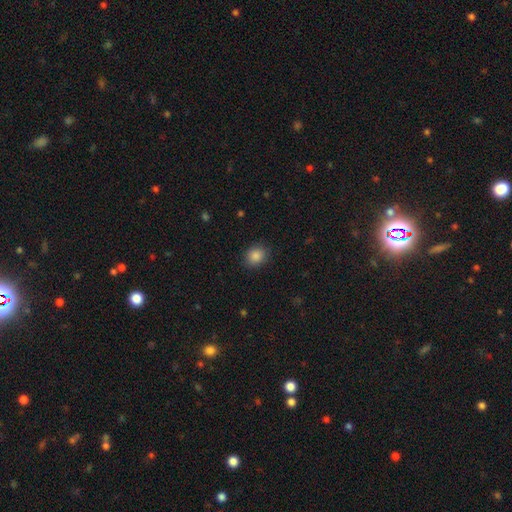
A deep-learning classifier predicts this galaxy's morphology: smooth_or_featured: smooth (p=0.87) [alt: star or artifact p=0.09]
how_rounded: round (p=0.67) [alt: in between p=0.32]
merging: none (p=0.88) [alt: minor disturbance p=0.08]